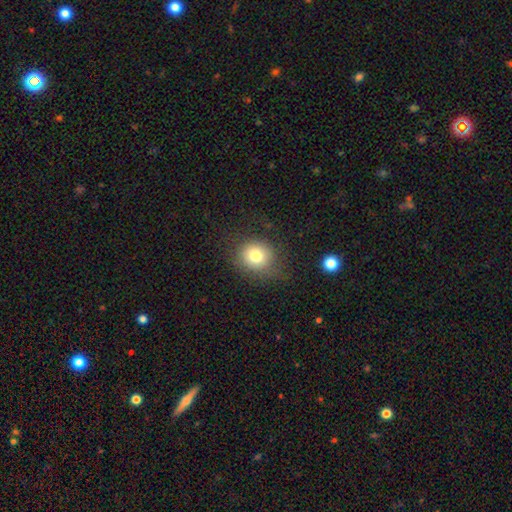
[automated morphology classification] This appears to be a smooth galaxy with no disk features (76%) that is round (77%). Merging: none (75%).